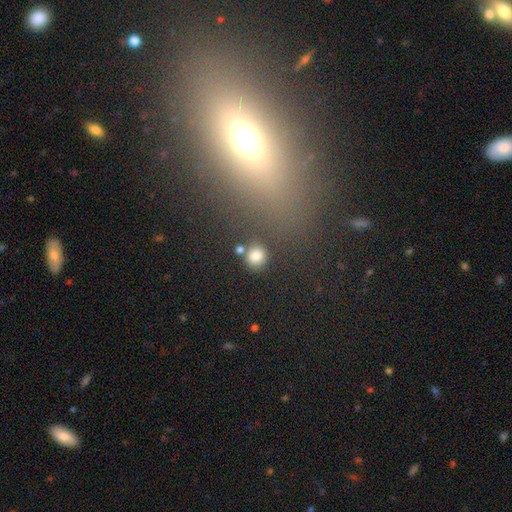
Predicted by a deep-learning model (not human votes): Smooth or featured: smooth — 82% (star or artifact — 13%)
How rounded: round — 88% (in between — 11%)
Merging: none — 79% (minor disturbance — 9%)